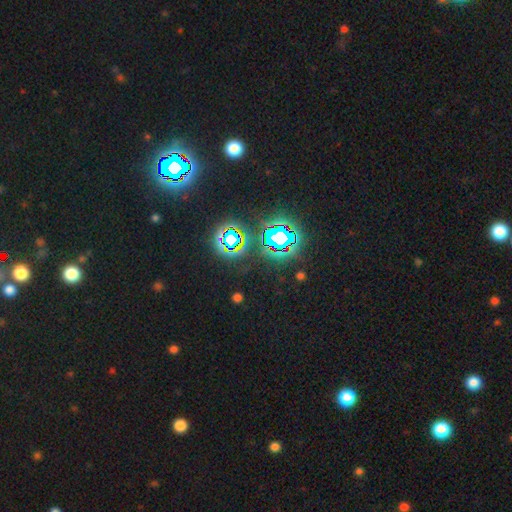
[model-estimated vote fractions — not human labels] This is clearly a star or artifact rather than a galaxy (81%).